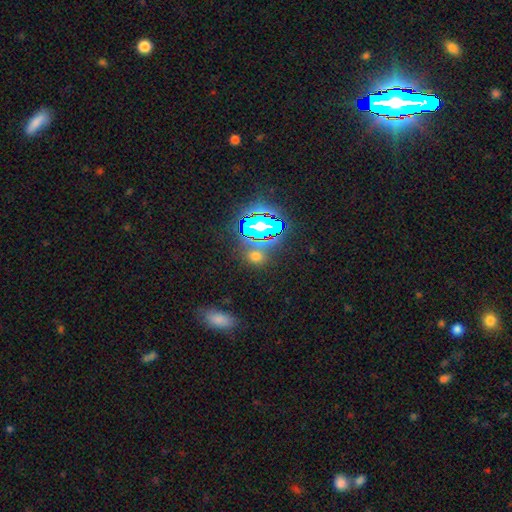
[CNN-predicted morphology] This appears to be a smooth galaxy with no disk features (49%). Merging: none (76%).